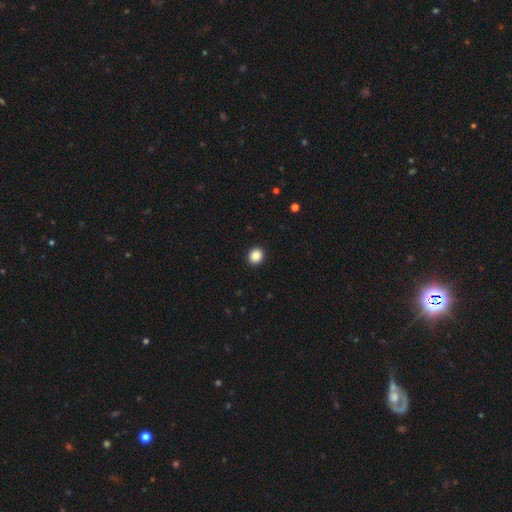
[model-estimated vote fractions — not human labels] Smooth or featured? Predicted: smooth (p=0.88). How rounded? Predicted: round (p=0.79). Merging? Predicted: none (p=0.93).